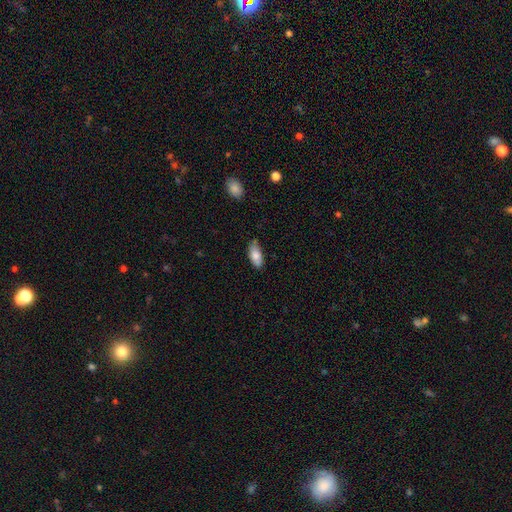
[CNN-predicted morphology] Overall: smooth (81%). How rounded: in between (87%). Merging: none (74%).